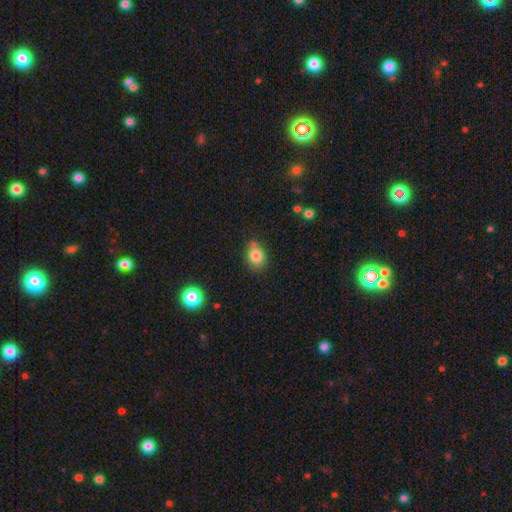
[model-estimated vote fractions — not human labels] This is clearly a smooth galaxy (82%). How rounded: likely in between (61%). Merging: likely none (68%).